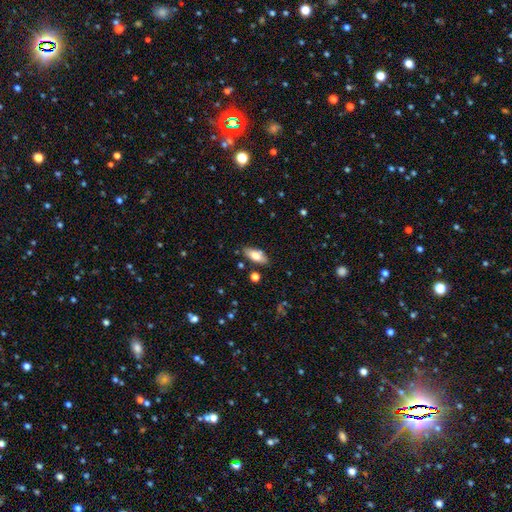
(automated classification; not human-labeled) Q: Smooth or featured?
A: smooth (72%); runner-up: featured or disk (21%)
Q: How rounded?
A: in between (80%); runner-up: cigar-shaped (18%)
Q: Merging?
A: none (82%); runner-up: minor disturbance (13%)